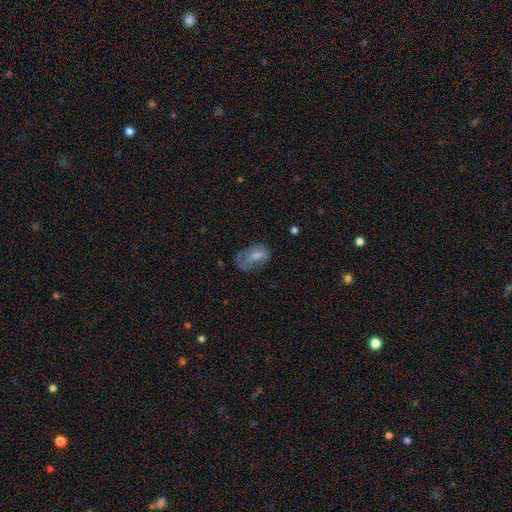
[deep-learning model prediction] smooth 58%, featured or disk 32%, star or artifact 10%. Down the decision tree: how rounded — in between (87%); merging — none (36%).